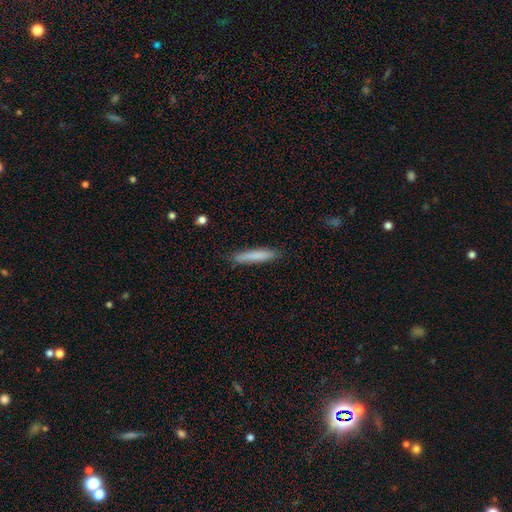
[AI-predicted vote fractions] This appears to be a smooth galaxy with no disk features (80%) that is cigar-shaped (92%). Merging: none (86%).